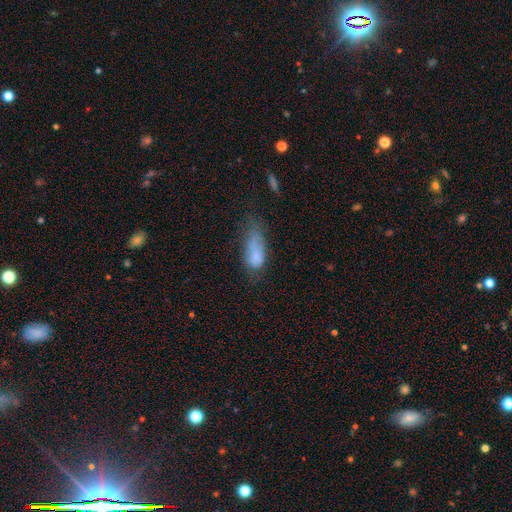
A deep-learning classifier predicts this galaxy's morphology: This appears to be a smooth galaxy with no disk features (70%) that is in between round and cigar-shaped (80%). Merging: major disturbance (37%).